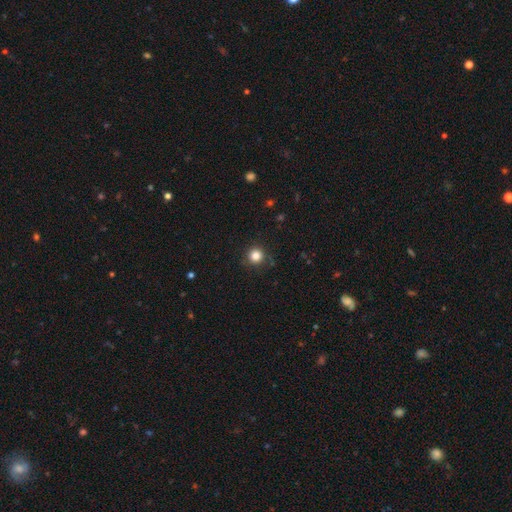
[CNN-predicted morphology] A smooth galaxy with no disk features (83%) that is round (95%).

Vote fractions:
- Smooth or featured? smooth: 83% / star or artifact: 12% / featured or disk: 4%
- How rounded? round: 95% / in between: 4% / cigar-shaped: 1%
- Merging? none: 88% / minor disturbance: 8% / major disturbance: 3% / merger: 1%